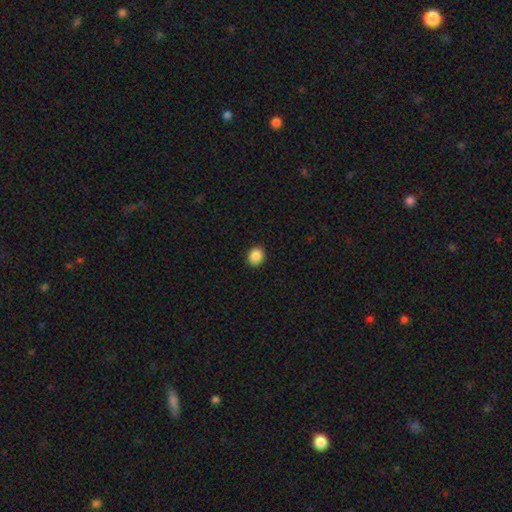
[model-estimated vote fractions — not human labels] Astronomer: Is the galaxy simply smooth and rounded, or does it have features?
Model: smooth — 88%.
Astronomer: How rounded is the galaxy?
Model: round — 64%.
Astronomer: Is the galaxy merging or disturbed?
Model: none — 91%.